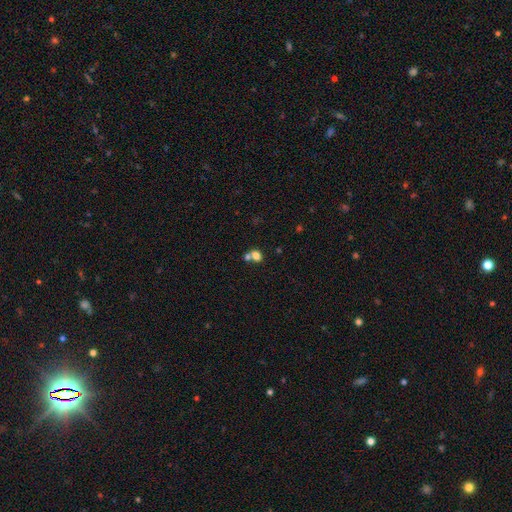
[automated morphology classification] Smooth or featured? smooth (76%)
How rounded? round (56%)
Merging? merger (46%)